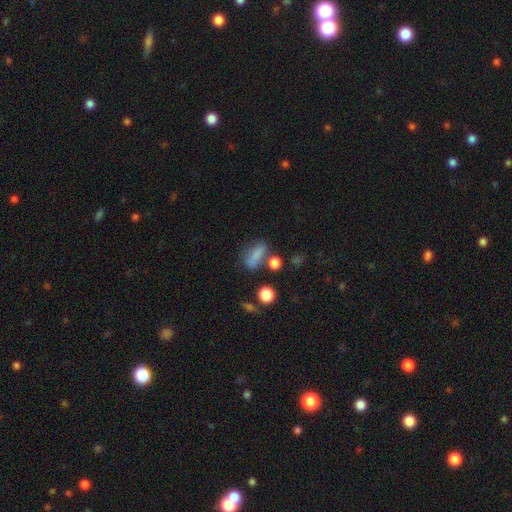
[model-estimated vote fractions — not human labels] Smooth or featured? smooth (74%)
How rounded? in between (66%)
Merging? none (51%)